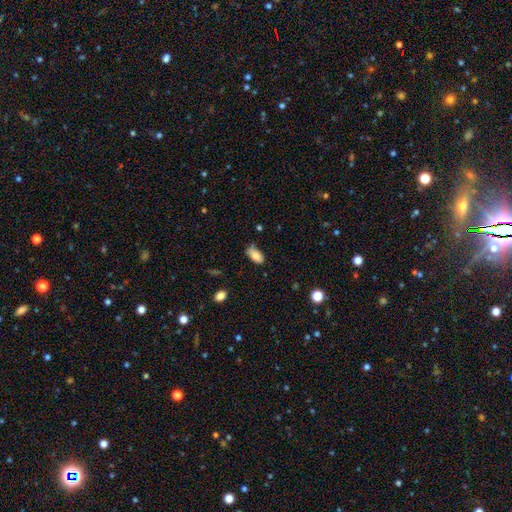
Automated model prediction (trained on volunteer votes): Smooth or featured: smooth — 85% (star or artifact — 8%)
How rounded: in between — 91% (cigar-shaped — 6%)
Merging: none — 64% (minor disturbance — 27%)